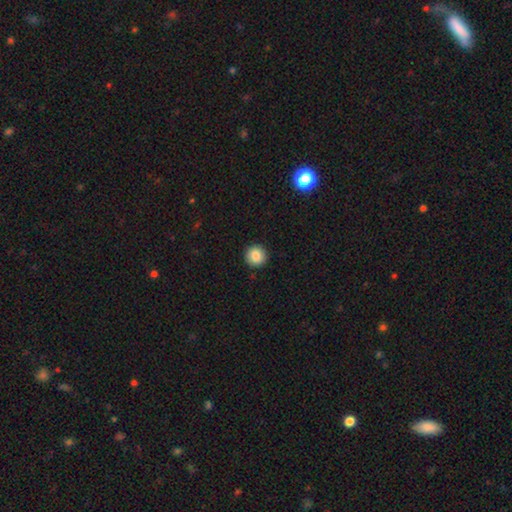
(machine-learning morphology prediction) A smooth galaxy with no disk features (86%) that is round (95%). Merging: none (93%).